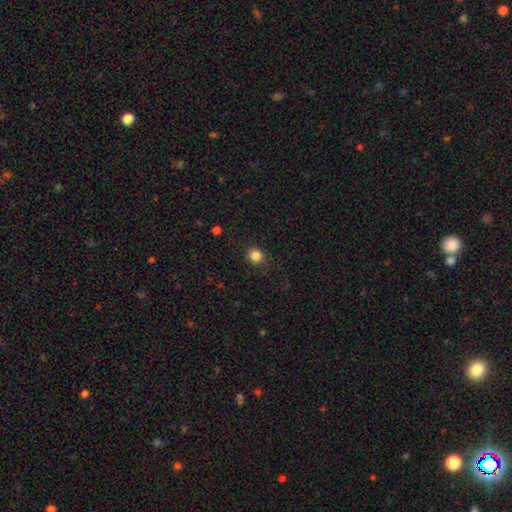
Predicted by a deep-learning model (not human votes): The model was most divided on "how rounded": round: 86%, in between: 13%, cigar-shaped: 1%. More confident: merging — none (87%); smooth or featured — smooth (85%).